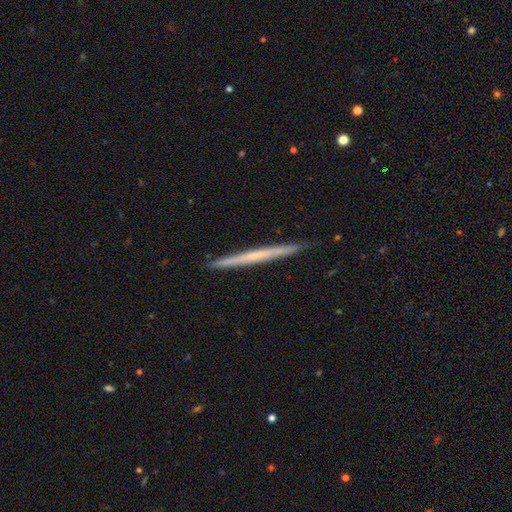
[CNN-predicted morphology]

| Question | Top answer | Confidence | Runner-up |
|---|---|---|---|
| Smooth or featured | featured or disk | 54% | smooth (40%) |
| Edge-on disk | yes | 98% | no (2%) |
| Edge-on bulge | none | 84% | rounded (12%) |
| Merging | none | 92% | minor disturbance (6%) |